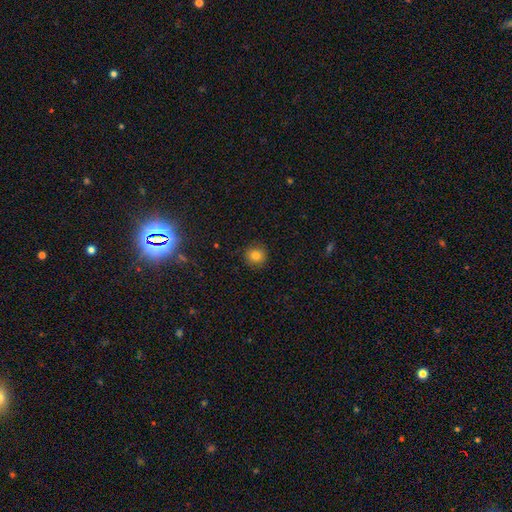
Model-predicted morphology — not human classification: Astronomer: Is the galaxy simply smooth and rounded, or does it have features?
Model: smooth — 81%.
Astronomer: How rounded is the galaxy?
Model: round — 92%.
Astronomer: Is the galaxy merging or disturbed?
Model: none — 90%.